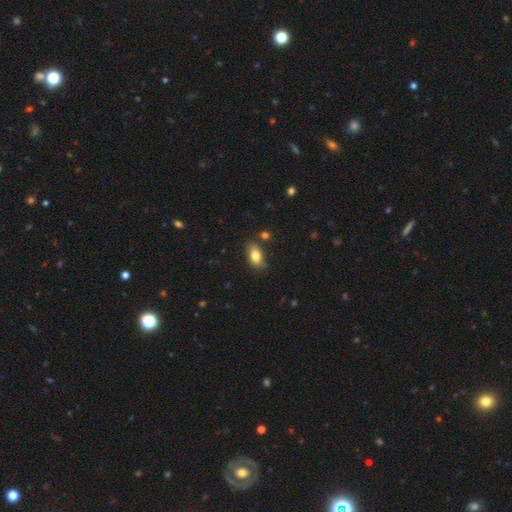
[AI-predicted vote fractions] Smooth or featured: smooth — 81% (featured or disk — 12%)
How rounded: in between — 90% (round — 6%)
Merging: none — 78% (minor disturbance — 15%)